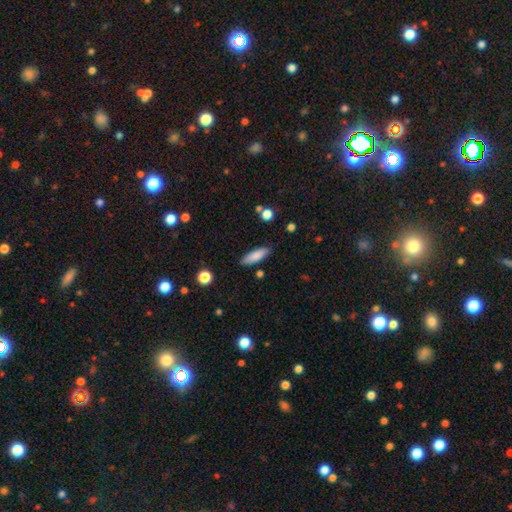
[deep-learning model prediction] Q: Smooth or featured?
A: smooth (83%); runner-up: featured or disk (10%)
Q: How rounded?
A: cigar-shaped (53%); runner-up: in between (45%)
Q: Merging?
A: none (86%); runner-up: minor disturbance (10%)